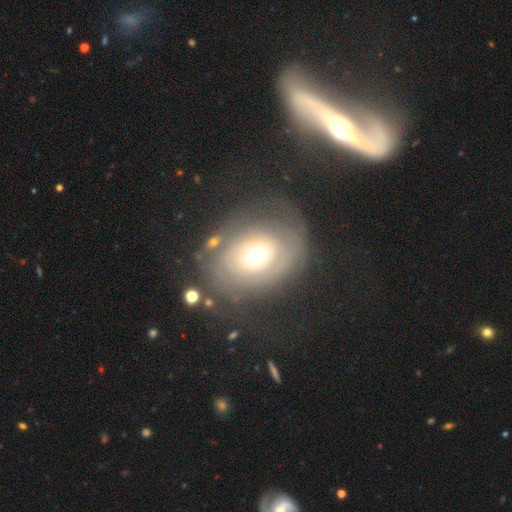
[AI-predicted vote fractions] Overall: featured or disk (71%). Edge-on disk: no (94%). Bar: no (69%). Spiral arms: yes (83%). Spiral arm count: 2 (54%; can't tell 28%). Spiral winding: tight (60%; medium 27%). Bulge size: moderate (57%; small 31%). Merging: none (64%).